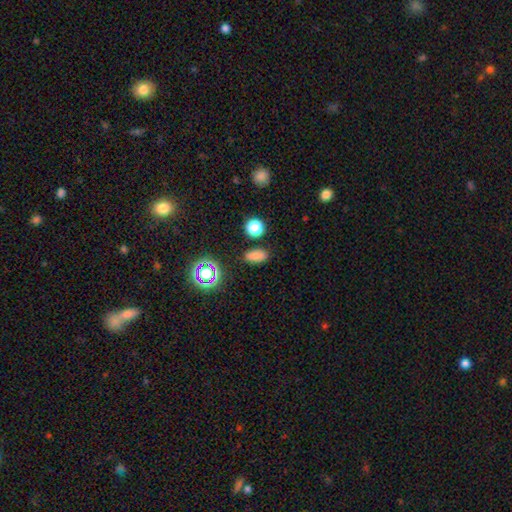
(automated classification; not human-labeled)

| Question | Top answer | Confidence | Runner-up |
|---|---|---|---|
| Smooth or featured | smooth | 76% | star or artifact (18%) |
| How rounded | in between | 85% | round (10%) |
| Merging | none | 85% | minor disturbance (10%) |